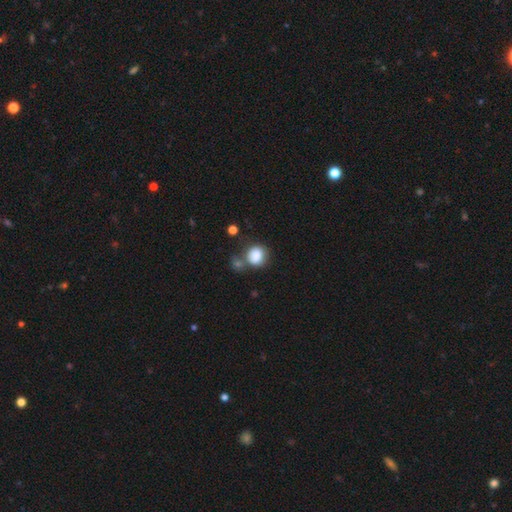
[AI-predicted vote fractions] This is clearly a smooth galaxy (84%). How rounded: likely round (70%). Merging: possibly none (48%).